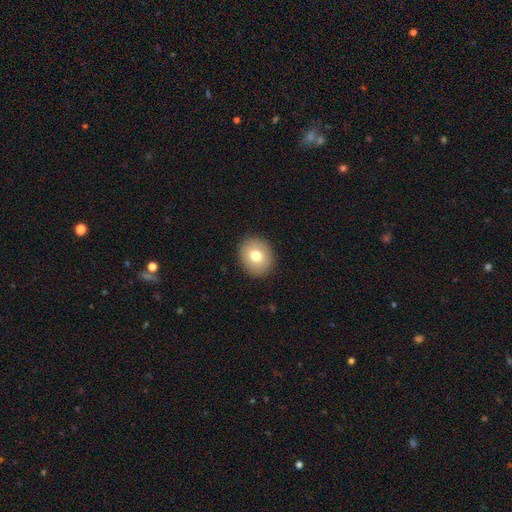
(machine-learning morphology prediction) type=smooth (75%); roundness=round (69%); merging=none (90%).